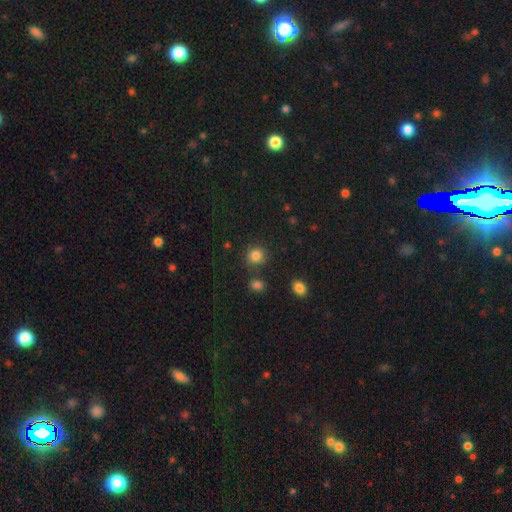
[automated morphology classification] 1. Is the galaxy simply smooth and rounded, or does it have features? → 84% smooth, 11% star or artifact, 5% featured or disk.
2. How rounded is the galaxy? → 84% round, 15% in between, 1% cigar-shaped.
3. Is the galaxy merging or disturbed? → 80% none, 10% minor disturbance, 6% merger, 4% major disturbance.